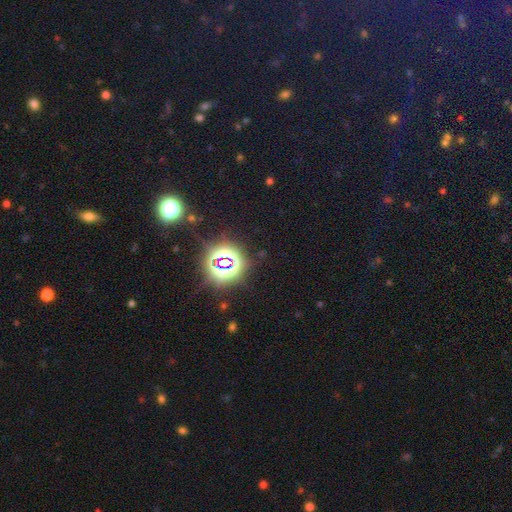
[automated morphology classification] Smooth or featured? star or artifact (76%)